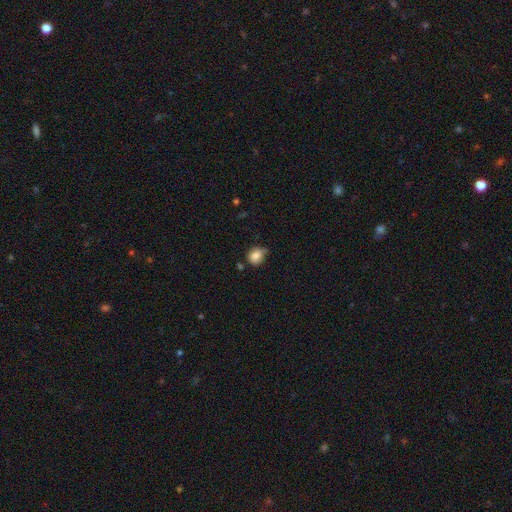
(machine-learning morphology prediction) Q: Smooth or featured?
A: smooth (83%); runner-up: star or artifact (10%)
Q: How rounded?
A: round (72%); runner-up: in between (27%)
Q: Merging?
A: none (59%); runner-up: minor disturbance (29%)